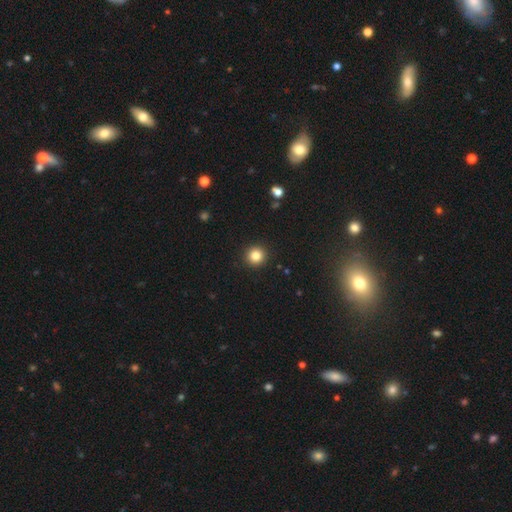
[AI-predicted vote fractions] Q: Smooth or featured?
A: smooth (84%); runner-up: star or artifact (11%)
Q: How rounded?
A: round (95%); runner-up: in between (4%)
Q: Merging?
A: none (93%); runner-up: minor disturbance (5%)